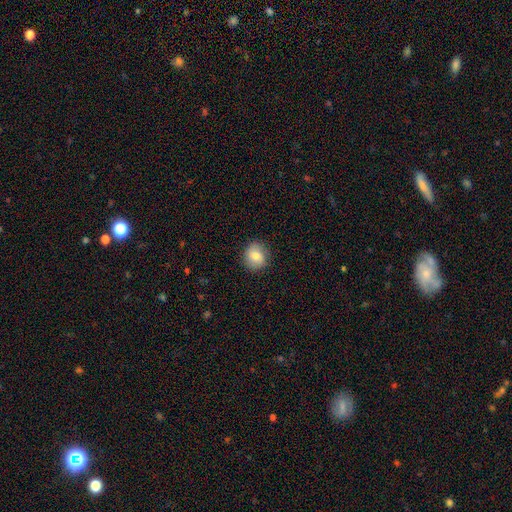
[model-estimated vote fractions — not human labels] smooth_or_featured: smooth (p=0.77) [alt: featured or disk p=0.15]
how_rounded: round (p=0.82) [alt: in between p=0.17]
merging: none (p=0.86) [alt: minor disturbance p=0.11]